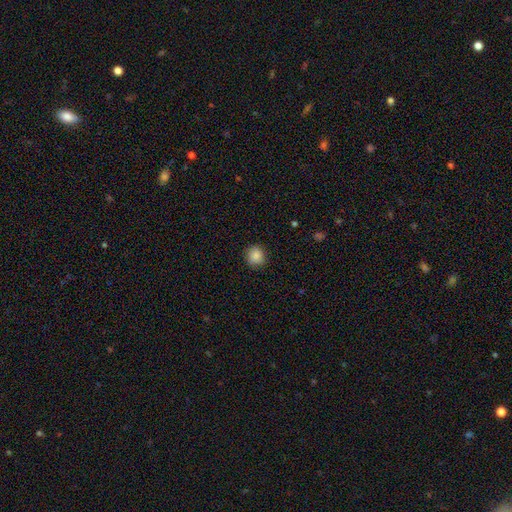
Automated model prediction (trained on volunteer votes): A smooth galaxy with no disk features (88%) that is round (89%).

Vote fractions:
- Smooth or featured? smooth: 88% / star or artifact: 9% / featured or disk: 3%
- How rounded? round: 89% / in between: 10% / cigar-shaped: 1%
- Merging? none: 89% / minor disturbance: 8% / major disturbance: 2% / merger: 1%